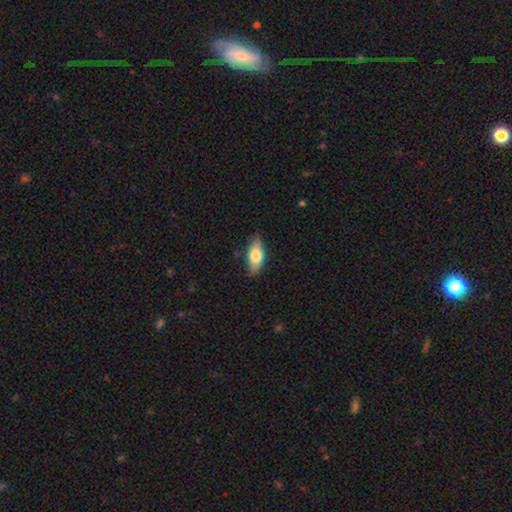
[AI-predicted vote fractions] This appears to be a smooth galaxy with no disk features (74%) that is in between round and cigar-shaped (86%). Merging: none (81%).